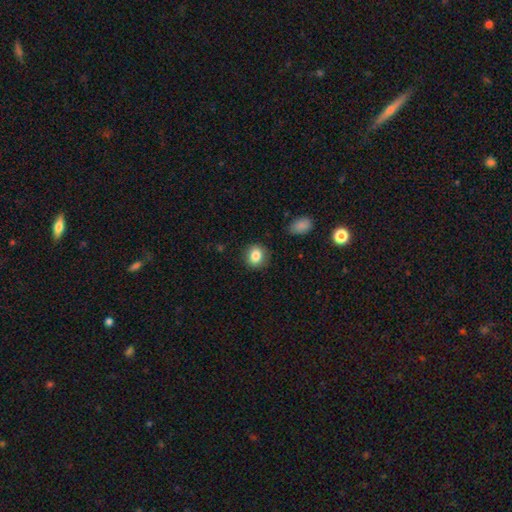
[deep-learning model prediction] This appears to be a smooth galaxy with no disk features (85%) that is round (74%). Merging: none (87%).